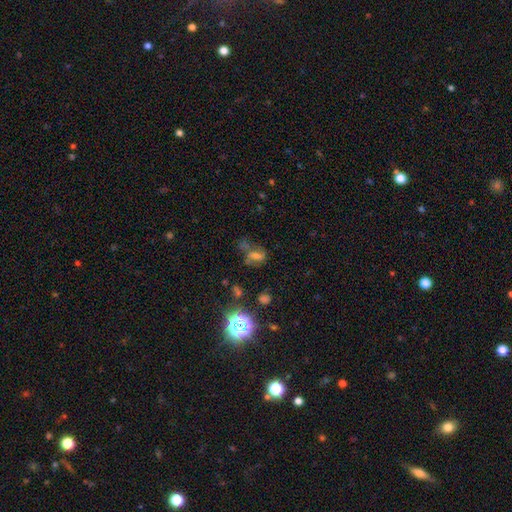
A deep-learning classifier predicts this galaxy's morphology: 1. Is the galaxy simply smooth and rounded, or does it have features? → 40% smooth, 30% featured or disk, 29% star or artifact.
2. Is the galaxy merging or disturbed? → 40% none, 24% major disturbance, 21% minor disturbance, 15% merger.